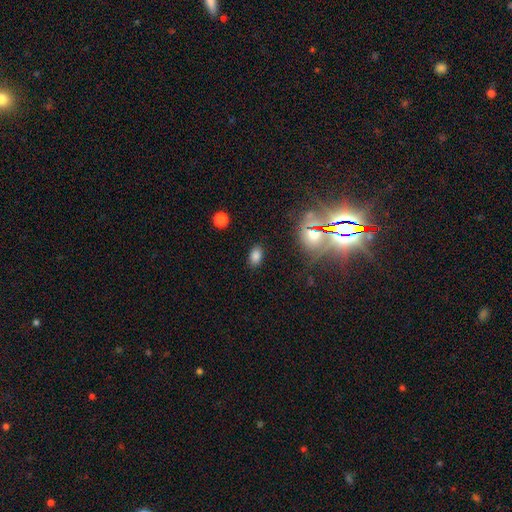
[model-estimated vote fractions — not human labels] This appears to be a smooth galaxy with no disk features (80%) that is in between round and cigar-shaped (87%). Merging: none (84%).